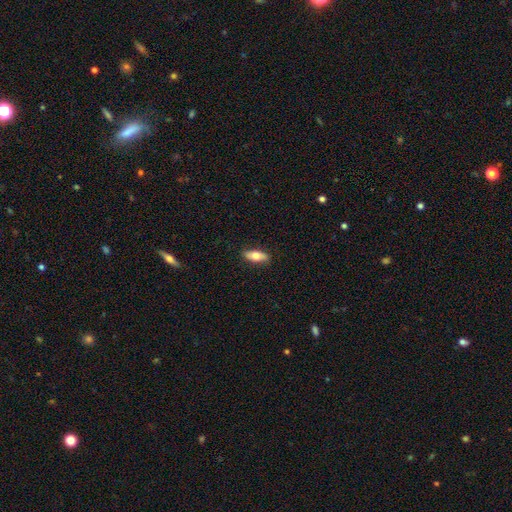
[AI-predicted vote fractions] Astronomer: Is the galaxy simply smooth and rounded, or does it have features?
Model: smooth — 69%.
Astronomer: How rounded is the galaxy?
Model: in between — 71%.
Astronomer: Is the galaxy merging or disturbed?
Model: none — 87%.